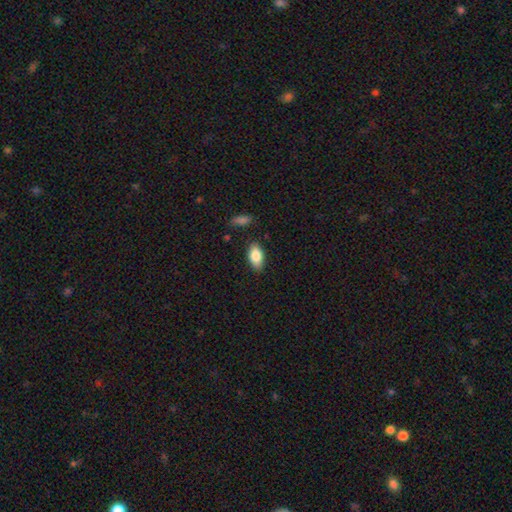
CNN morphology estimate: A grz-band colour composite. It shows a smooth galaxy with no disk features (84%) that is in between round and cigar-shaped (92%). Merging: none (83%).